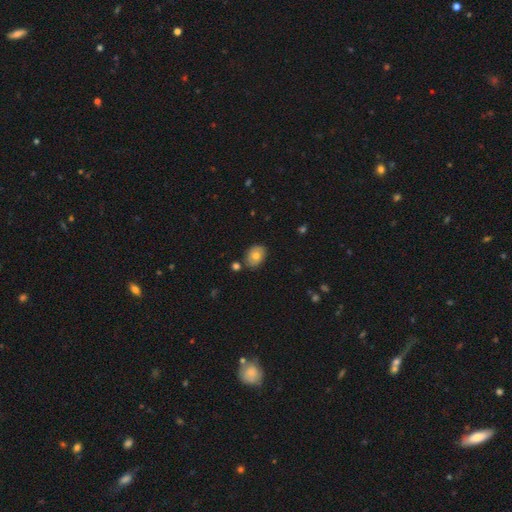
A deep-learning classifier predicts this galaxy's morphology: Overall: smooth (68%). How rounded: in between (74%). Merging: none (78%).